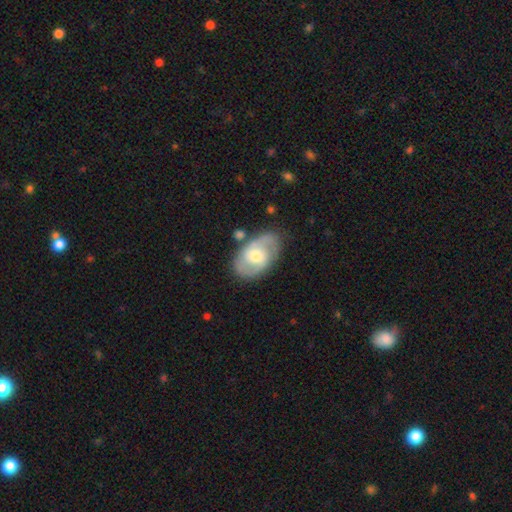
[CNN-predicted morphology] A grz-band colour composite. It shows a featured or disk galaxy (71%) with no bar (54%), 2 (81%) medium (50%) spiral arms (86%) and a moderate central bulge (63%). Merging: none (74%).